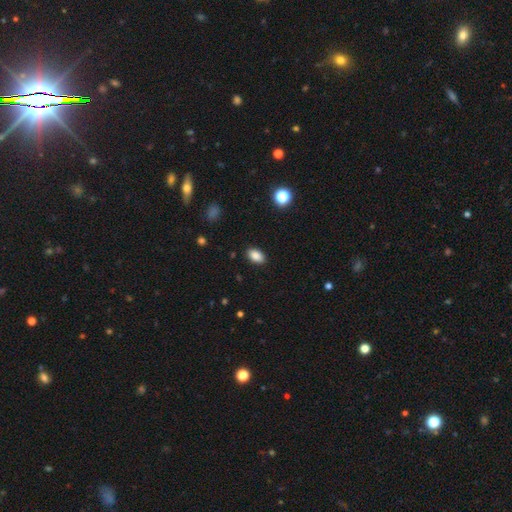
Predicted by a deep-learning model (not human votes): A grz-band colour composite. It shows a smooth galaxy with no disk features (87%) that is in between round and cigar-shaped (91%). Merging: none (89%).